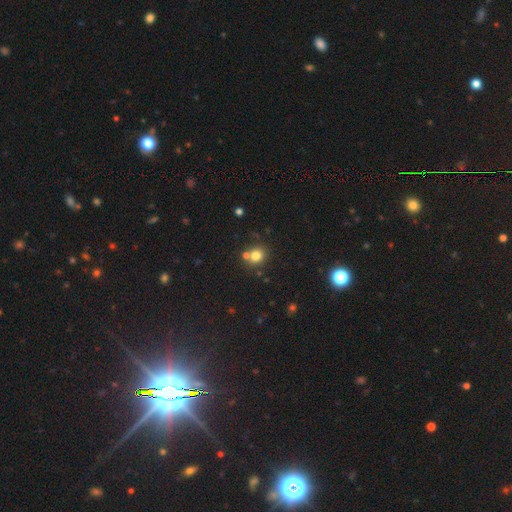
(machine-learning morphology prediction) Smooth or featured? smooth (77%)
How rounded? round (85%)
Merging? none (63%)